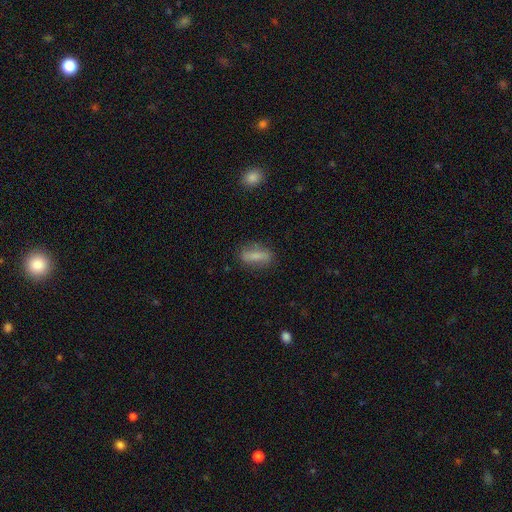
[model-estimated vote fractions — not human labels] This appears to be a smooth galaxy with no disk features (71%) that is in between round and cigar-shaped (57%). Merging: none (80%).